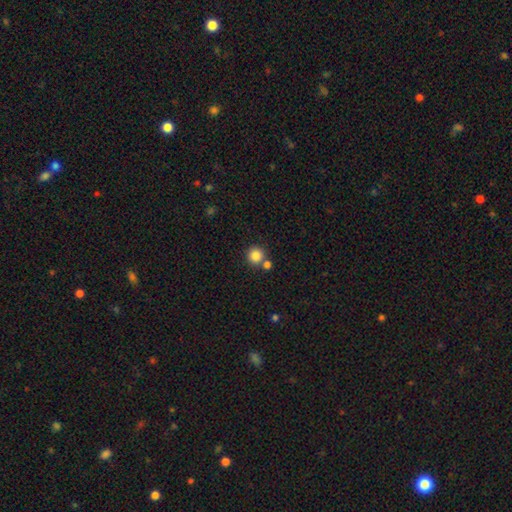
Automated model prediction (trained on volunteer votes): smooth 85%, star or artifact 10%, featured or disk 5%. Down the decision tree: how rounded — round (94%); merging — none (70%).